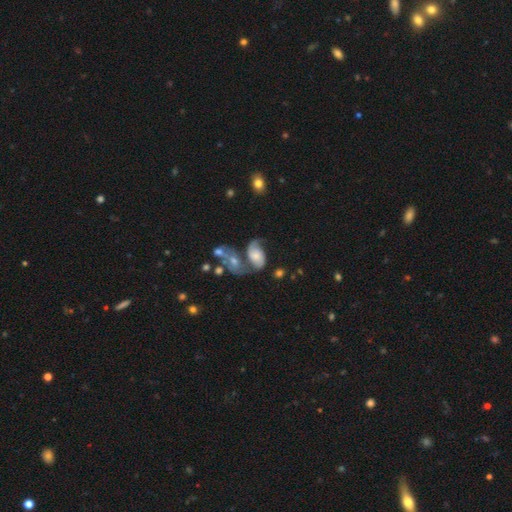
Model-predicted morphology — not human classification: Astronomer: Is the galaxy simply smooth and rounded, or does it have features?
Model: featured or disk — 62%.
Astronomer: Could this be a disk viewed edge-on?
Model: no — 96%.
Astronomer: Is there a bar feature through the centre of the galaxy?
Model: no — 69%.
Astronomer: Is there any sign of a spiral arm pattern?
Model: yes — 86%.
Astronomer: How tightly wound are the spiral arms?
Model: loose — 43% (runner-up: medium, 39%).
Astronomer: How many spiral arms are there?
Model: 2 — 70%.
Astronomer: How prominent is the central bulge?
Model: moderate — 34% (runner-up: small, 33%).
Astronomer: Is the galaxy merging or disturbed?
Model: merger — 41% (runner-up: none, 25%).